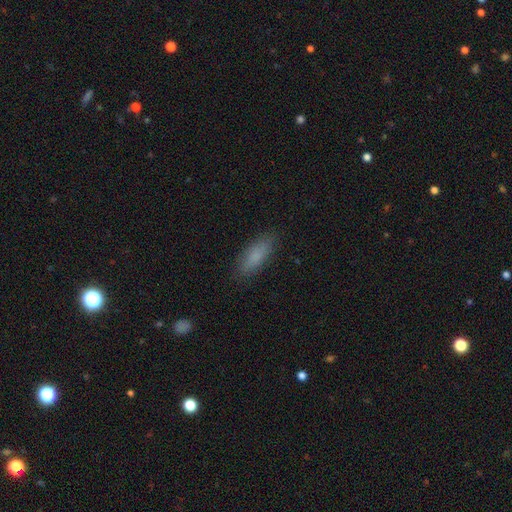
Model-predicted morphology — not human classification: A smooth galaxy with no disk features (83%) that is in between round and cigar-shaped (60%).

Vote fractions:
- Smooth or featured? smooth: 83% / featured or disk: 10% / star or artifact: 7%
- How rounded? in between: 60% / cigar-shaped: 38% / round: 2%
- Merging? none: 85% / minor disturbance: 11% / major disturbance: 3% / merger: 1%